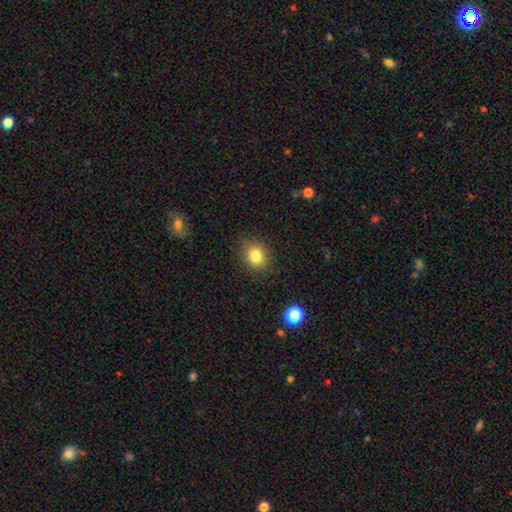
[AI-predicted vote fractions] Morphology: type=smooth (82%); roundness=round (65%); merging=none (81%).